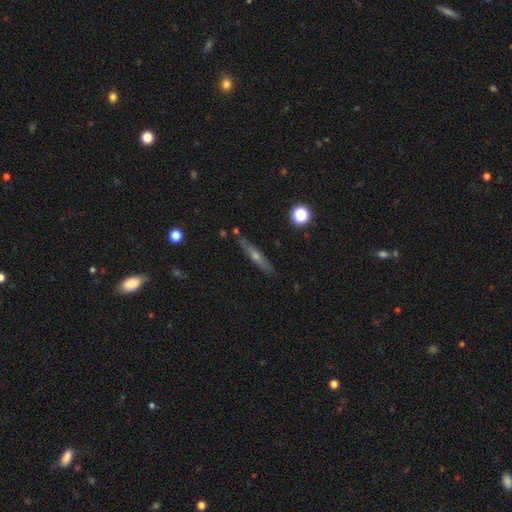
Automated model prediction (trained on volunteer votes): Smooth or featured?
  - featured or disk: 59% *
  - smooth: 32%
  - star or artifact: 9%
Edge-on disk?
  - yes: 90% *
  - no: 10%
Edge-on bulge?
  - rounded: 79% *
  - none: 18%
  - boxy: 3%
Merging?
  - none: 83% *
  - minor disturbance: 12%
  - merger: 3%
  - major disturbance: 3%